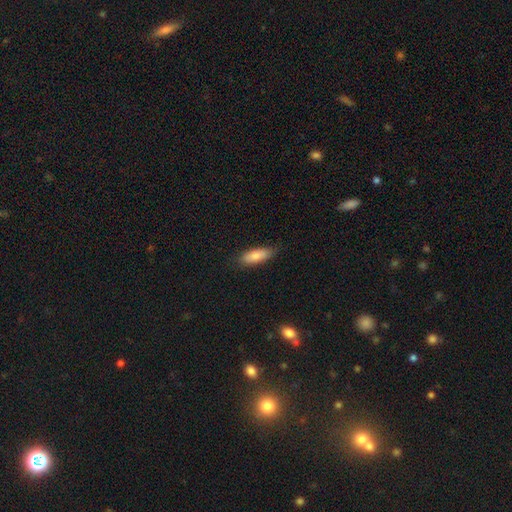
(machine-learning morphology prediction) smooth_or_featured: smooth (p=0.82) [alt: featured or disk p=0.12]
how_rounded: in between (p=0.64) [alt: cigar-shaped p=0.34]
merging: none (p=0.80) [alt: minor disturbance p=0.16]